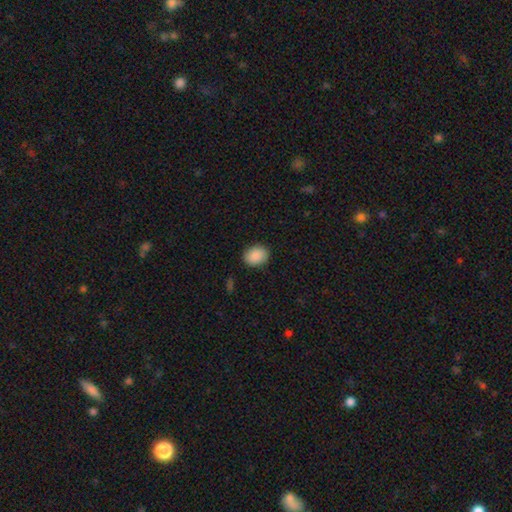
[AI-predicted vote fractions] Q: Smooth or featured?
A: smooth (90%); runner-up: star or artifact (7%)
Q: How rounded?
A: in between (55%); runner-up: round (44%)
Q: Merging?
A: none (88%); runner-up: minor disturbance (9%)